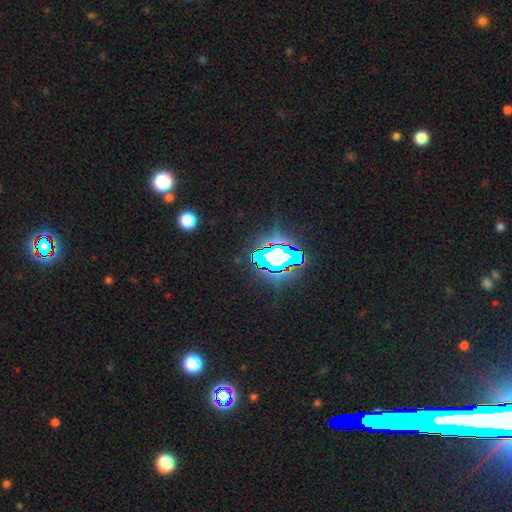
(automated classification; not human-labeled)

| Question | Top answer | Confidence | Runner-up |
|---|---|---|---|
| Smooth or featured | star or artifact | 68% | smooth (17%) |